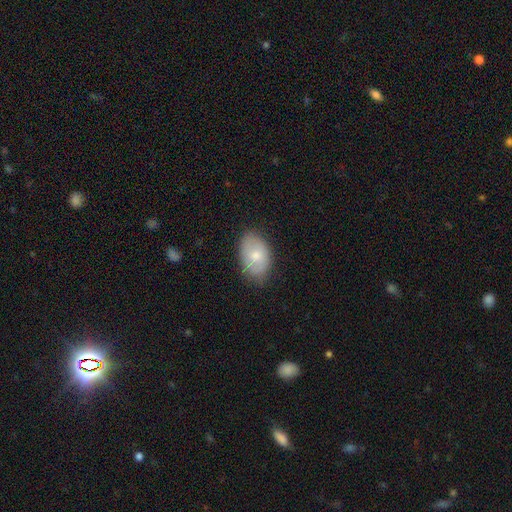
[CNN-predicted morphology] smooth_or_featured: smooth (p=0.70) [alt: featured or disk p=0.23]
how_rounded: in between (p=0.88) [alt: round p=0.11]
merging: none (p=0.76) [alt: minor disturbance p=0.19]